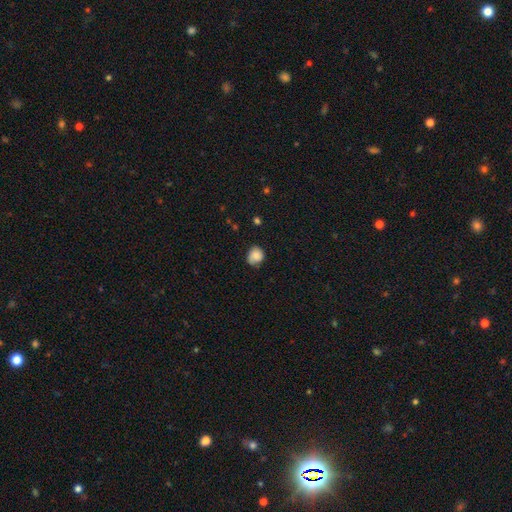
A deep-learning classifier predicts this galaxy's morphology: Q: Smooth or featured?
A: smooth (84%); runner-up: star or artifact (8%)
Q: How rounded?
A: round (69%); runner-up: in between (30%)
Q: Merging?
A: none (65%); runner-up: minor disturbance (28%)